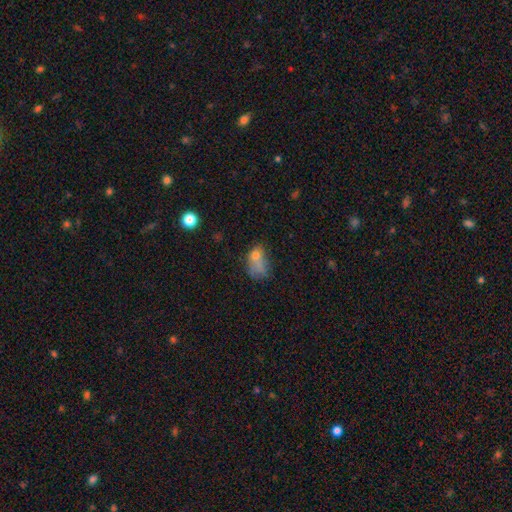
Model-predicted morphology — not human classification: Smooth or featured: smooth — 66% (featured or disk — 20%)
How rounded: in between — 76% (round — 21%)
Merging: merger — 29% (none — 26%)